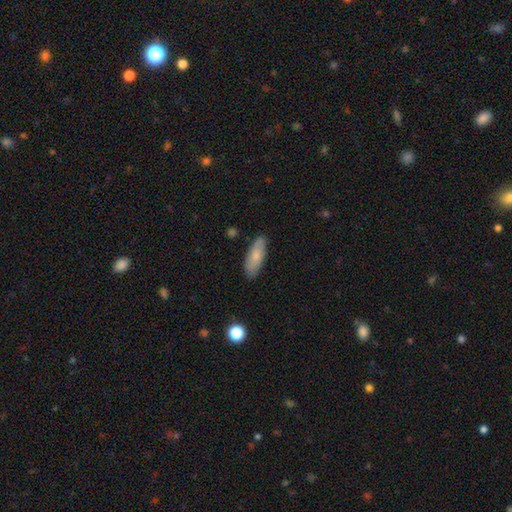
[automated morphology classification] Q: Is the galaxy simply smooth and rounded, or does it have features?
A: smooth — 75%.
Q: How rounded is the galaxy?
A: in between — 64%.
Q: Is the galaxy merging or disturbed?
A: none — 84%.